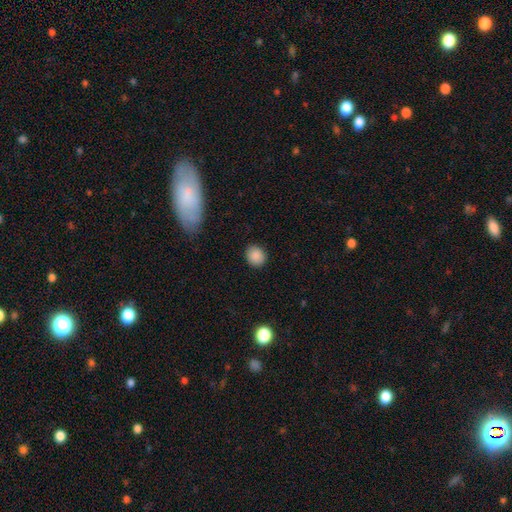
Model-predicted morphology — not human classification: Smooth or featured?
  - smooth: 88% *
  - star or artifact: 9%
  - featured or disk: 3%
How rounded?
  - round: 76% *
  - in between: 23%
  - cigar-shaped: 1%
Merging?
  - none: 89% *
  - minor disturbance: 8%
  - major disturbance: 2%
  - merger: 1%